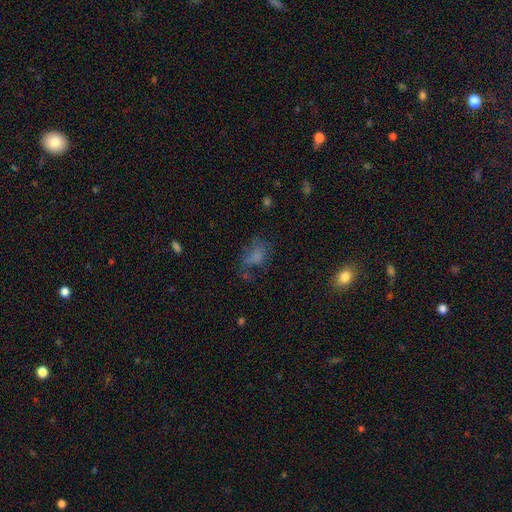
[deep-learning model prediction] This is likely a smooth galaxy (62%). How rounded: likely in between (77%). Merging: marginally none (37%).